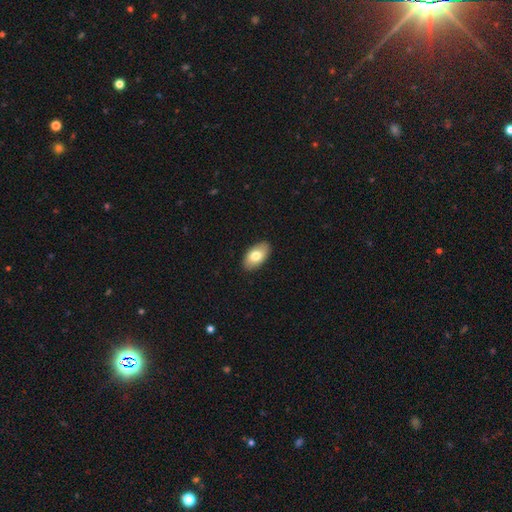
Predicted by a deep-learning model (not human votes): A smooth galaxy with no disk features (77%) that is in between round and cigar-shaped (94%).

Vote fractions:
- Smooth or featured? smooth: 77% / featured or disk: 16% / star or artifact: 6%
- How rounded? in between: 94% / round: 4% / cigar-shaped: 2%
- Merging? none: 89% / minor disturbance: 8% / major disturbance: 2% / merger: 1%